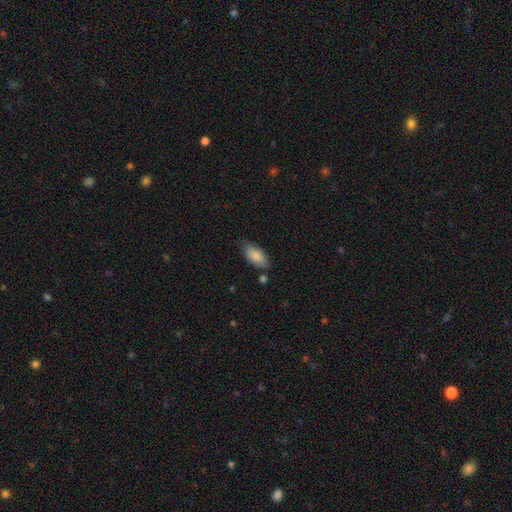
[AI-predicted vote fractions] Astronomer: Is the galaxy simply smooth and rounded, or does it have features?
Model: smooth — 85%.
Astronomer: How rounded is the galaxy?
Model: in between — 89%.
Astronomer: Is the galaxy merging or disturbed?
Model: none — 68%.